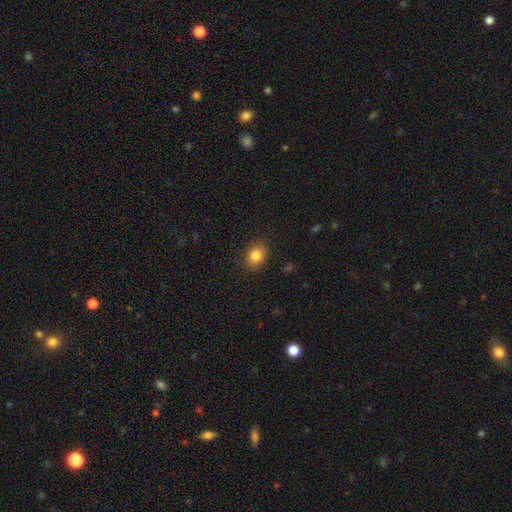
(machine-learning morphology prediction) Overall: smooth (84%). How rounded: in between (55%; round 44%). Merging: none (87%).